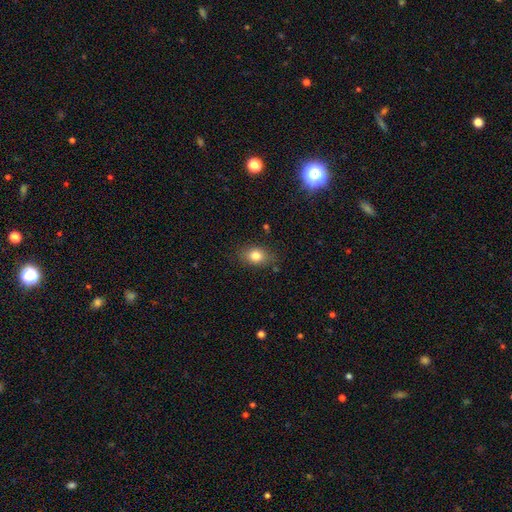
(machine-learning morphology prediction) A smooth galaxy with no disk features (81%) that is in between round and cigar-shaped (71%). Merging: none (80%).